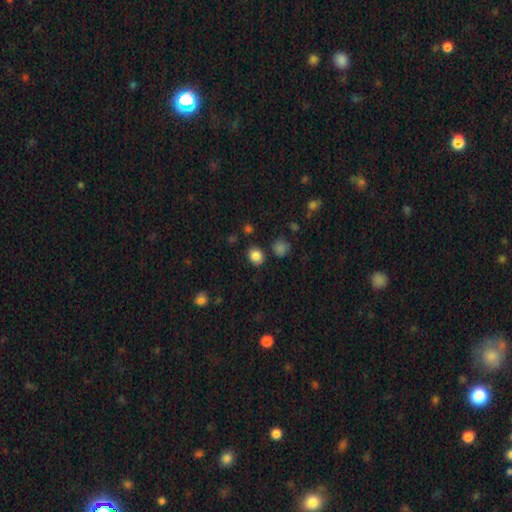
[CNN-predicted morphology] This appears to be a smooth galaxy with no disk features (84%) that is round (67%). Merging: none (83%).